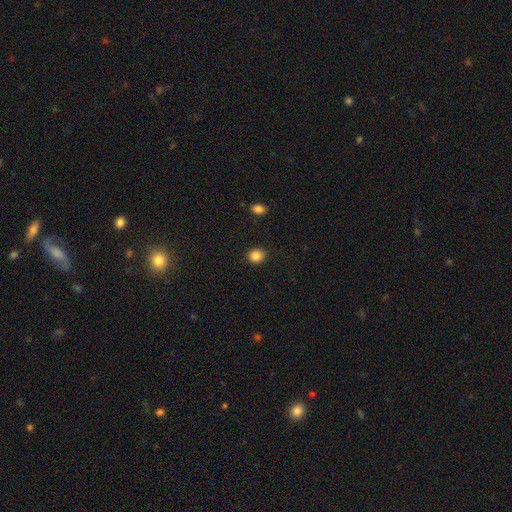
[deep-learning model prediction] Smooth or featured? smooth (86%)
How rounded? round (78%)
Merging? none (90%)